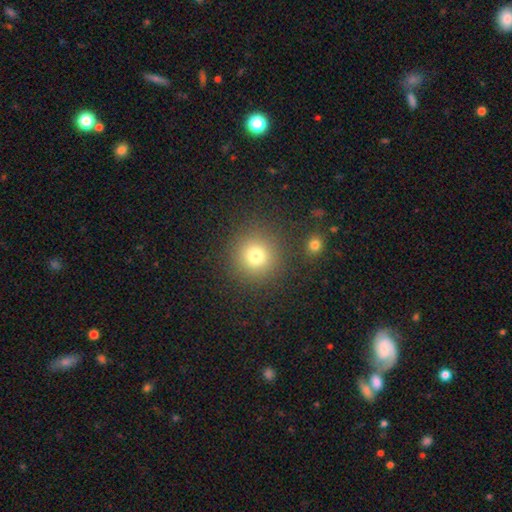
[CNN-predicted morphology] Smooth or featured: smooth — 76% (star or artifact — 15%)
How rounded: round — 94% (in between — 5%)
Merging: none — 86% (minor disturbance — 7%)